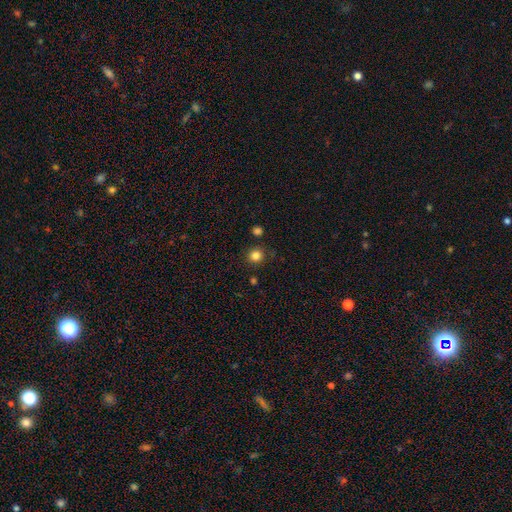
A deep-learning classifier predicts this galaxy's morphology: A smooth galaxy with no disk features (83%) that is round (93%).

Vote fractions:
- Smooth or featured? smooth: 83% / star or artifact: 13% / featured or disk: 4%
- How rounded? round: 93% / in between: 6% / cigar-shaped: 1%
- Merging? none: 87% / minor disturbance: 7% / merger: 3% / major disturbance: 2%